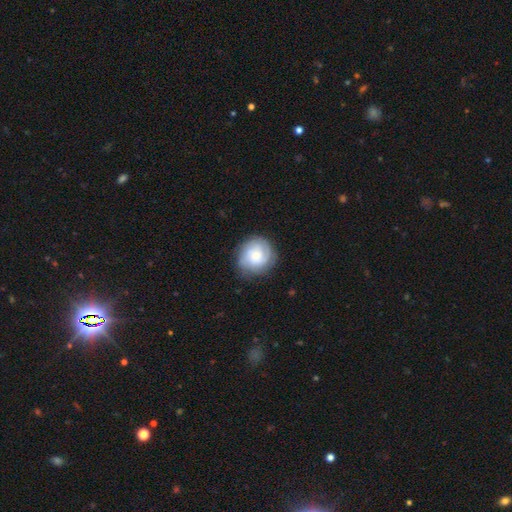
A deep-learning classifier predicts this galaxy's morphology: Smooth or featured? Predicted: featured or disk (p=0.47). Merging? Predicted: none (p=0.76).